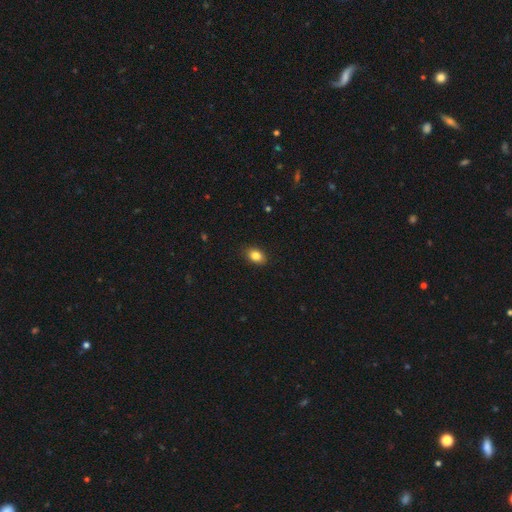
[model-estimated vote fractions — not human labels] A smooth galaxy with no disk features (85%) that is in between round and cigar-shaped (78%).

Vote fractions:
- Smooth or featured? smooth: 85% / star or artifact: 9% / featured or disk: 6%
- How rounded? in between: 78% / round: 21% / cigar-shaped: 1%
- Merging? none: 88% / minor disturbance: 9% / major disturbance: 2% / merger: 1%